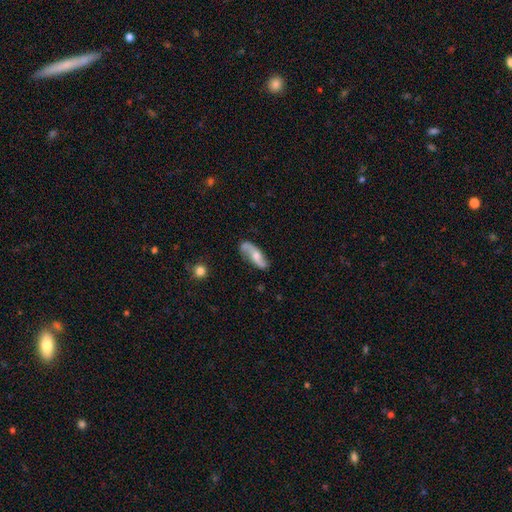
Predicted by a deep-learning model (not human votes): A featured or disk galaxy (72%) with no bar (57%), 2 (91%) loose (71%) spiral arms (93%) and a moderate central bulge (54%). Merging: none (74%).